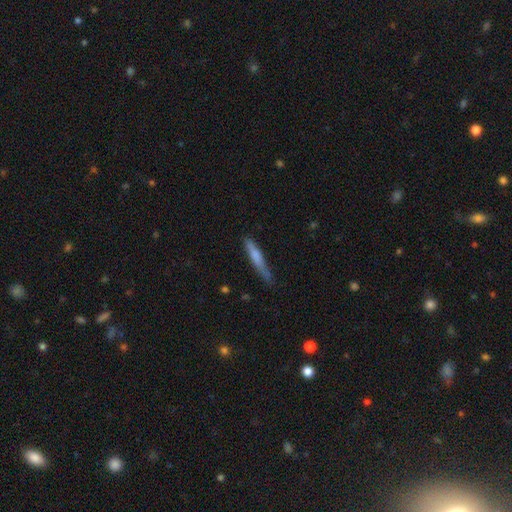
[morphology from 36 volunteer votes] Smooth or featured? smooth (58%)
How rounded? cigar-shaped (100%)
Merging? none (66%)